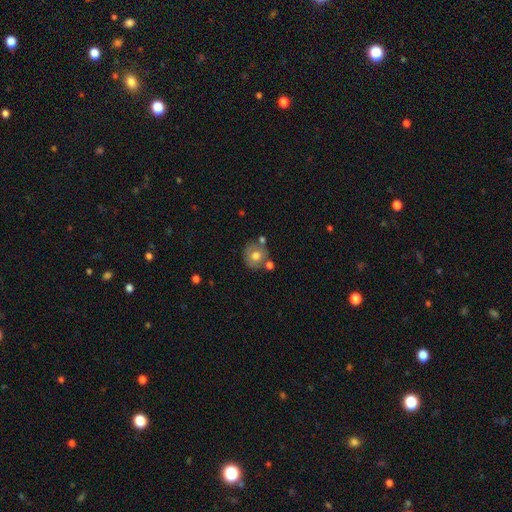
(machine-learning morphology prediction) A smooth galaxy with no disk features (66%) that is round (85%). Merging: none (66%).